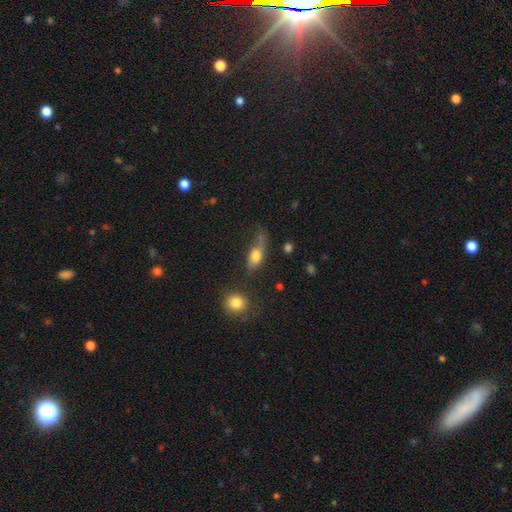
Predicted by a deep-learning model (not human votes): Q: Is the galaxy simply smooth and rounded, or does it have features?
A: smooth — 69%.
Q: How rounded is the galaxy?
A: in between — 72%.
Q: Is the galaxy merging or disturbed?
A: major disturbance — 35%.